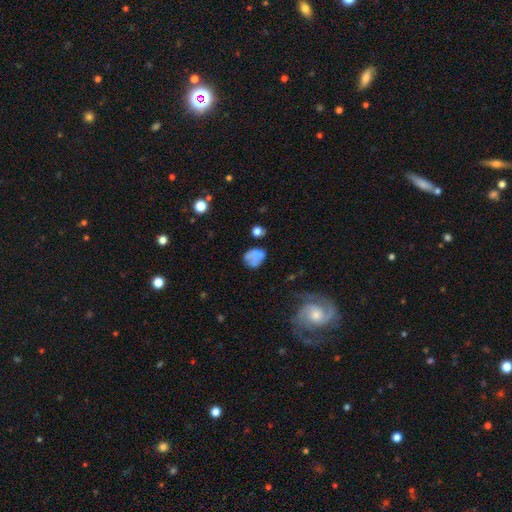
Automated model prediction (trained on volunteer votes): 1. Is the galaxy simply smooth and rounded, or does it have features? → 58% smooth, 29% featured or disk, 12% star or artifact.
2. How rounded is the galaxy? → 51% round, 48% in between, 2% cigar-shaped.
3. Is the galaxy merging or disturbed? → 39% none, 23% minor disturbance, 20% merger, 18% major disturbance.